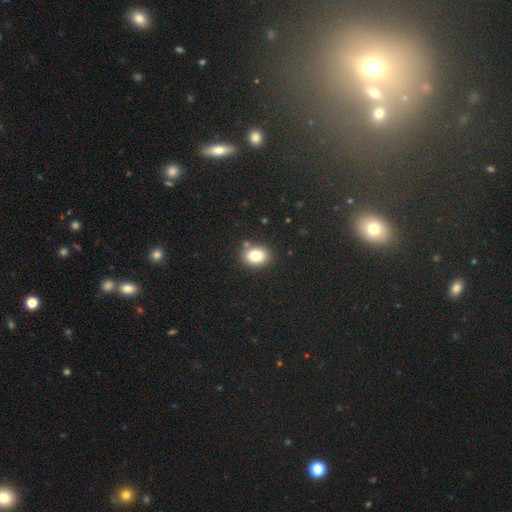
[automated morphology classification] type=smooth (82%); roundness=in between (58%); merging=none (83%).